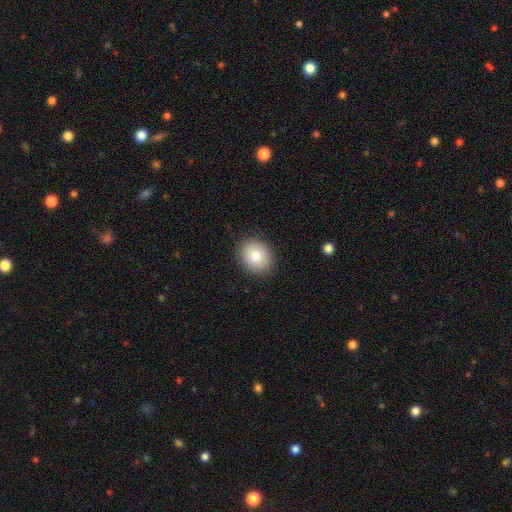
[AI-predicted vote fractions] Morphology: type=smooth (81%); roundness=round (66%); merging=none (89%).